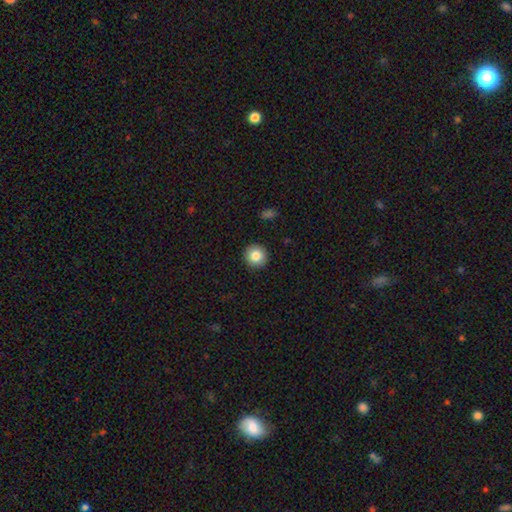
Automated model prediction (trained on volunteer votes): Smooth or featured: smooth — 83% (star or artifact — 9%)
How rounded: round — 95% (in between — 4%)
Merging: none — 93% (minor disturbance — 5%)